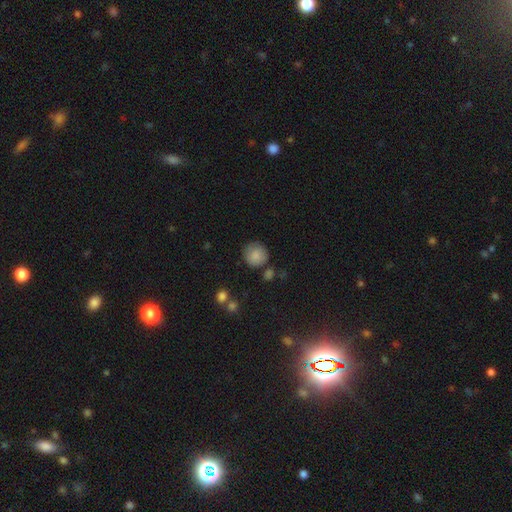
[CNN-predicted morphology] A smooth galaxy with no disk features (85%) that is round (91%). Merging: none (76%).